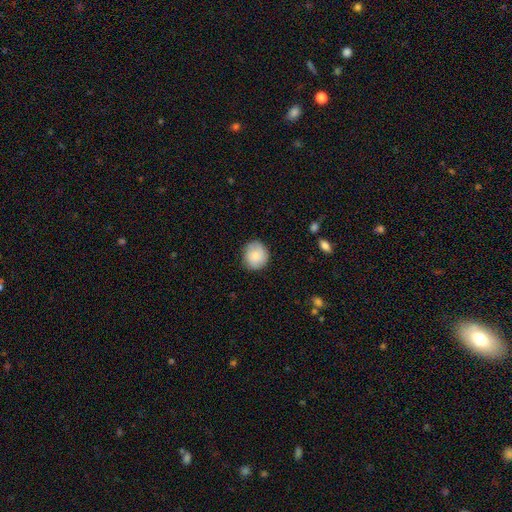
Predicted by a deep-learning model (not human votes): Q: Smooth or featured?
A: smooth (82%); runner-up: featured or disk (11%)
Q: How rounded?
A: round (86%); runner-up: in between (13%)
Q: Merging?
A: none (84%); runner-up: minor disturbance (12%)